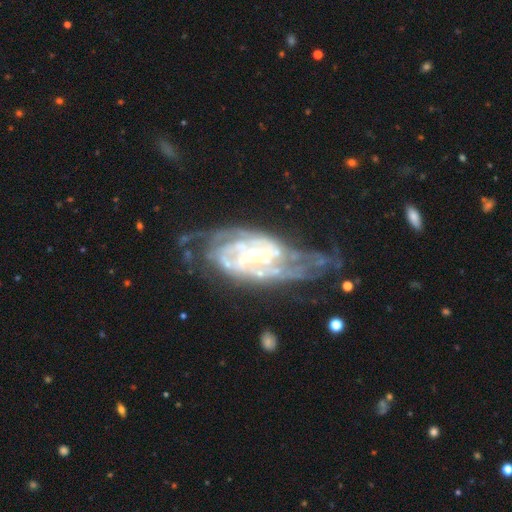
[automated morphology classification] A featured or disk galaxy (88%) with no bar (48%), 2 (35%) tight (53%) spiral arms (93%) and a small central bulge (60%).

Vote fractions:
- Smooth or featured? featured or disk: 88% / star or artifact: 6% / smooth: 6%
- Edge-on disk? no: 95% / yes: 5%
- Bar? no: 48% / weak: 36% / strong: 16%
- Spiral arms? yes: 93% / no: 7%
- Spiral winding? tight: 53% / medium: 36% / loose: 11%
- Spiral arm count? 2: 35% / can't tell: 32% / 3: 13% / 4: 8% / more than 4: 5% / 1: 5%
- Bulge size? small: 60% / moderate: 34% / none: 3% / large: 3% / dominant: 1%
- Merging? none: 51% / minor disturbance: 24% / major disturbance: 21% / merger: 4%